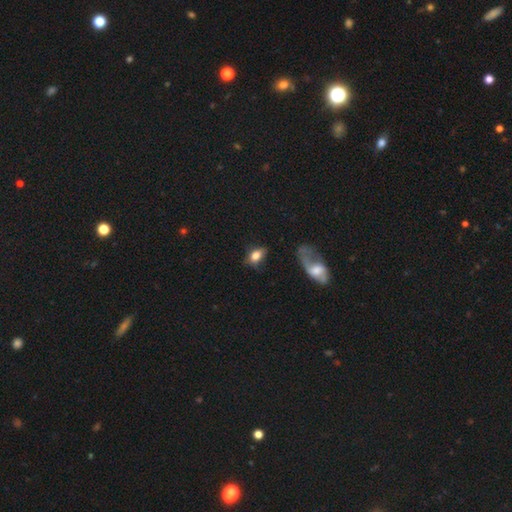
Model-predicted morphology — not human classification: smooth 76%, featured or disk 15%, star or artifact 9%. Down the decision tree: how rounded — in between (81%); merging — none (60%).